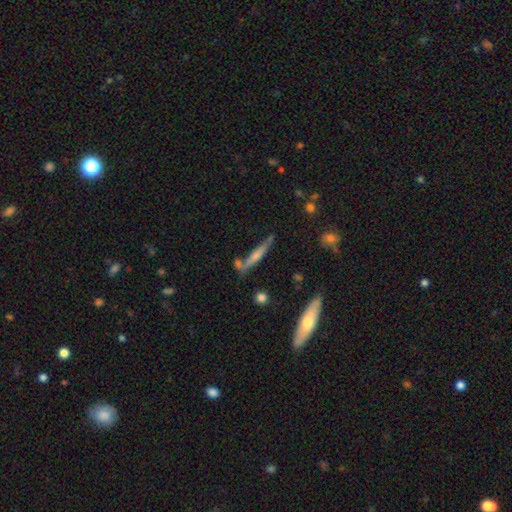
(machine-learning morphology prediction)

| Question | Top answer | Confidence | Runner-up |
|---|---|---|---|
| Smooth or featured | featured or disk | 47% | smooth (45%) |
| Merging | none | 54% | minor disturbance (19%) |